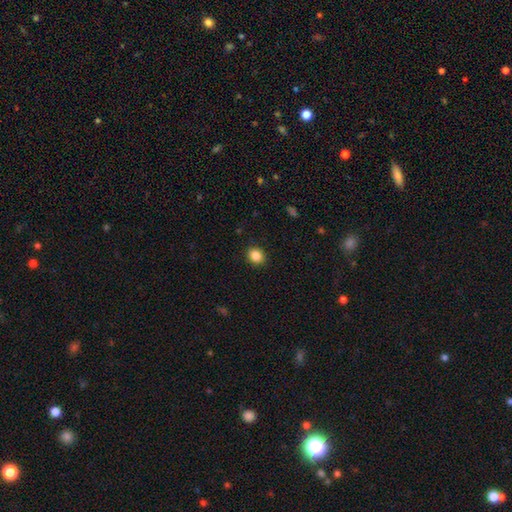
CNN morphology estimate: The model was most divided on "how rounded": round: 69%, in between: 31%, cigar-shaped: 1%. More confident: merging — none (90%); smooth or featured — smooth (86%).